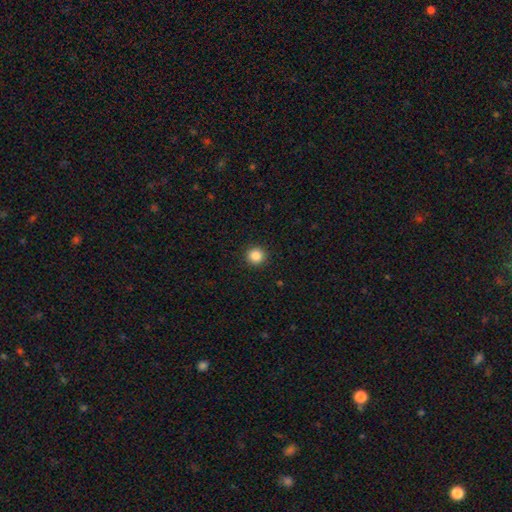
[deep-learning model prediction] smooth-or-featured: smooth: 86% | star or artifact: 10% | featured or disk: 3%
  how-rounded: round: 95% | in between: 4% | cigar-shaped: 1%
  merging: none: 93% | minor disturbance: 5% | major disturbance: 2% | merger: 1%